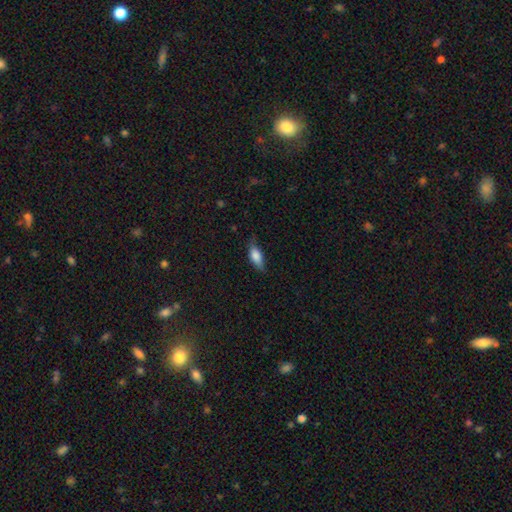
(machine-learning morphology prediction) Smooth or featured? Predicted: smooth (p=0.79). How rounded? Predicted: in between (p=0.79). Merging? Predicted: none (p=0.66).